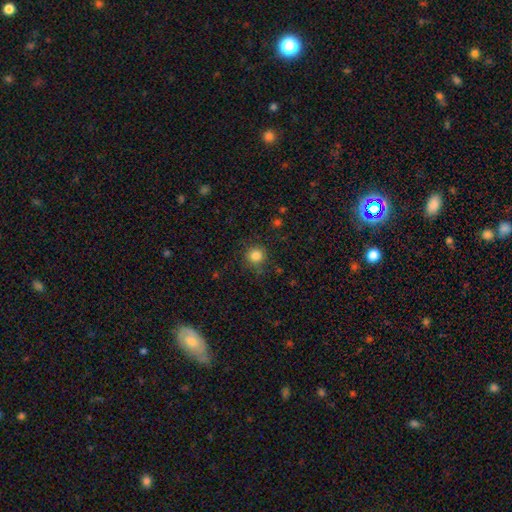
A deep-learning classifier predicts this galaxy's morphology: This appears to be a smooth galaxy with no disk features (84%) that is round (93%). Merging: none (85%).